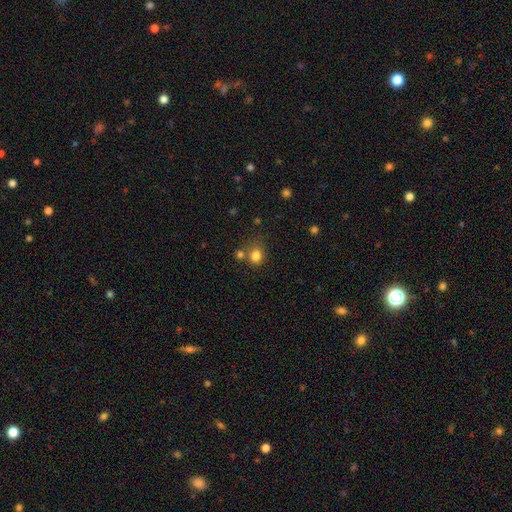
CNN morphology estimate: Q: Smooth or featured?
A: smooth (81%); runner-up: star or artifact (13%)
Q: How rounded?
A: round (61%); runner-up: in between (38%)
Q: Merging?
A: none (58%); runner-up: merger (21%)